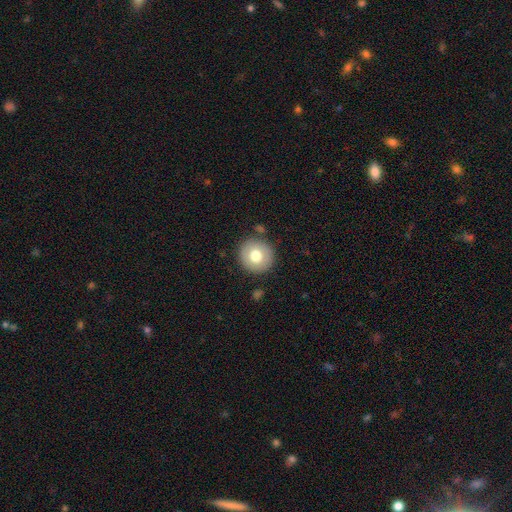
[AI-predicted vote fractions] This appears to be a smooth galaxy with no disk features (73%) that is round (94%). Merging: none (88%).